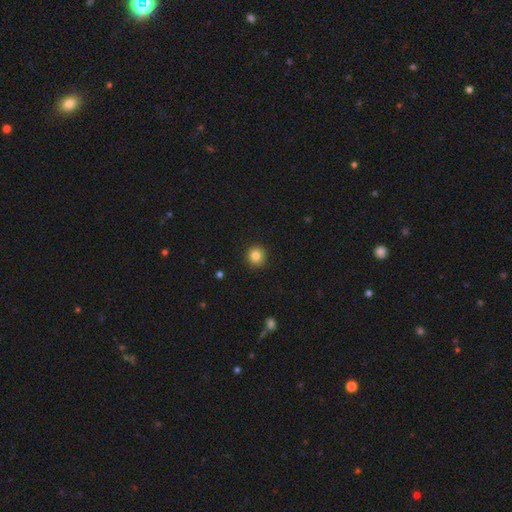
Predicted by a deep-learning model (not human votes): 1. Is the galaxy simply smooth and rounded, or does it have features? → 84% smooth, 10% star or artifact, 6% featured or disk.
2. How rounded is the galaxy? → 92% round, 7% in between, 1% cigar-shaped.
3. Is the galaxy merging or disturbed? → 92% none, 5% minor disturbance, 2% major disturbance, 1% merger.